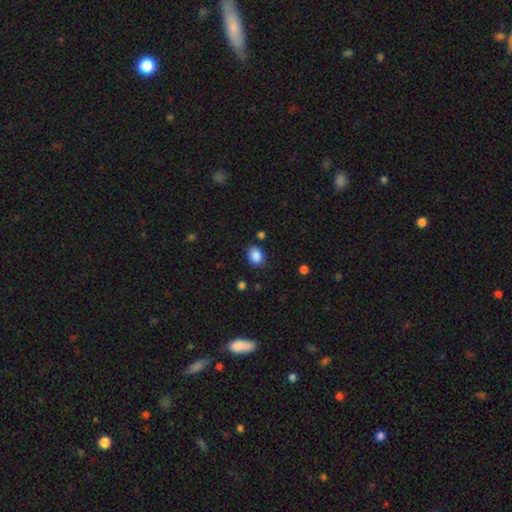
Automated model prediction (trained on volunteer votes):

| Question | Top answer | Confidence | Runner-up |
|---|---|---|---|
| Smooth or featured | smooth | 87% | star or artifact (9%) |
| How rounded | in between | 53% | round (46%) |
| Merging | none | 80% | minor disturbance (14%) |